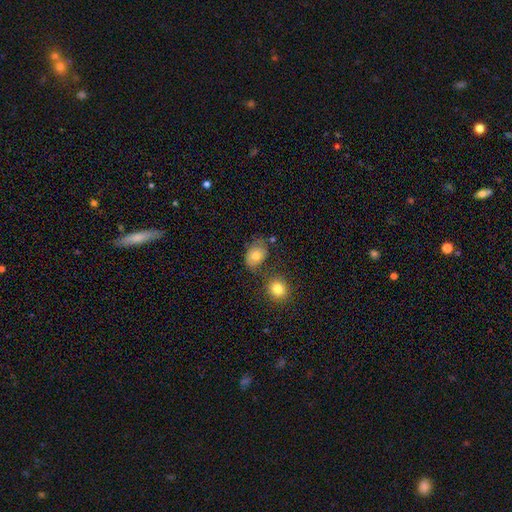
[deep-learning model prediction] smooth 77%, featured or disk 14%, star or artifact 9%. Down the decision tree: how rounded — in between (71%); merging — none (57%).